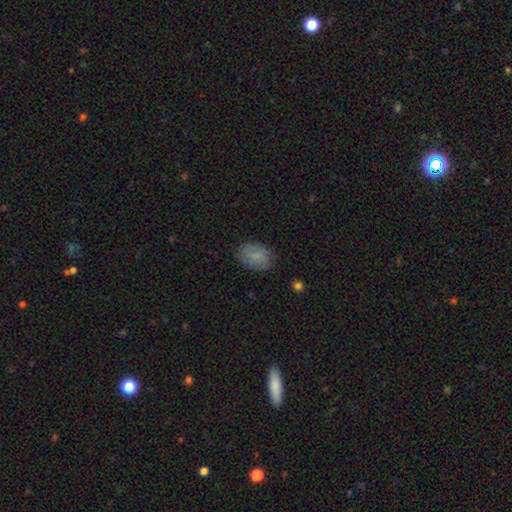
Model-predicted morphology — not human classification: Overall: smooth (75%). How rounded: in between (82%). Merging: none (80%).